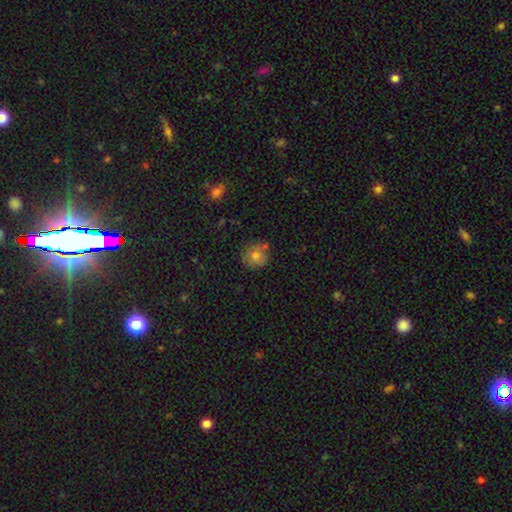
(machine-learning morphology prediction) smooth-or-featured: smooth: 77% | featured or disk: 12% | star or artifact: 11%
  how-rounded: round: 91% | in between: 8% | cigar-shaped: 1%
  merging: none: 75% | minor disturbance: 15% | merger: 7% | major disturbance: 3%